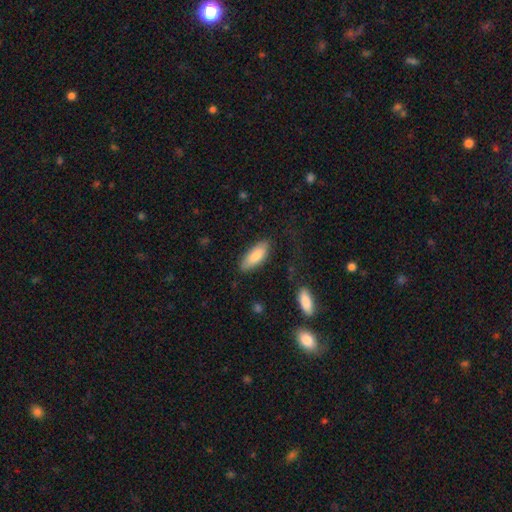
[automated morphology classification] type=smooth (80%); roundness=in between (72%); merging=none (80%).